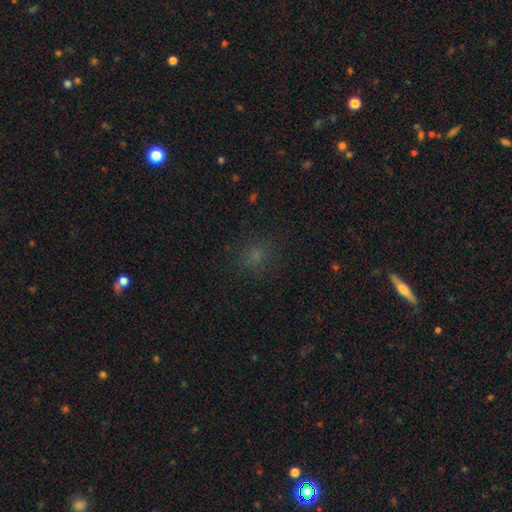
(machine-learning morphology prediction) Smooth or featured: smooth — 67% (star or artifact — 26%)
How rounded: round — 80% (in between — 19%)
Merging: none — 84% (minor disturbance — 11%)